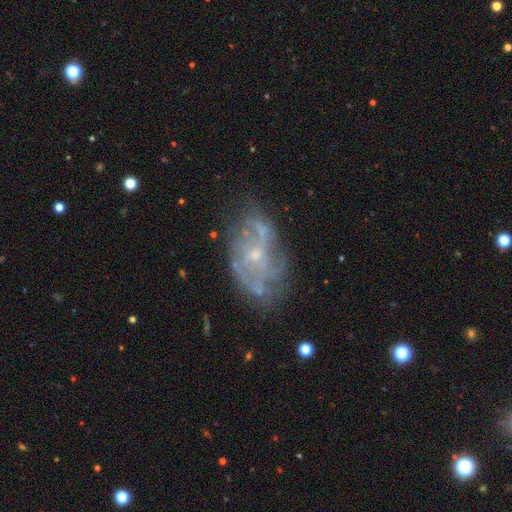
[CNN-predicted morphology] type=featured or disk (74%); edge-on=no (96%); bar=no (72%); spiral arms=yes (64%); bulge=small (71%); merging=none (59%).